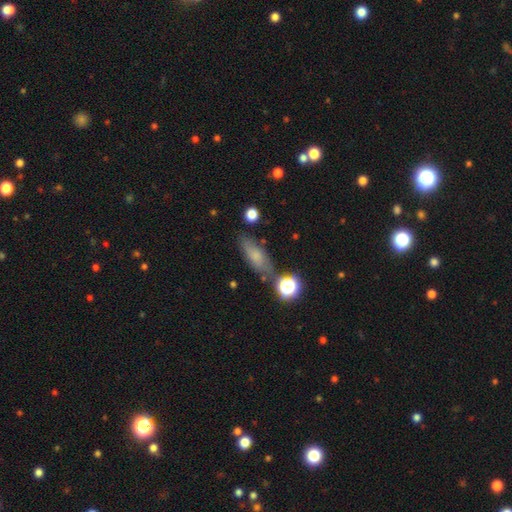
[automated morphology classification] This is likely a smooth galaxy (66%). How rounded: likely in between (63%). Merging: likely none (69%).